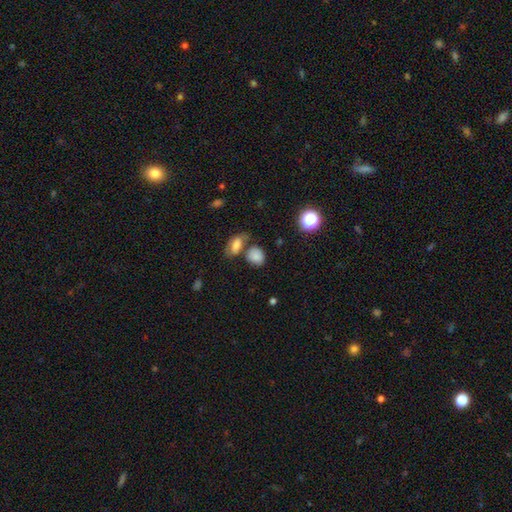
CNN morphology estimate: This is likely a smooth galaxy (80%). How rounded: possibly round (51%). Merging: possibly none (57%).